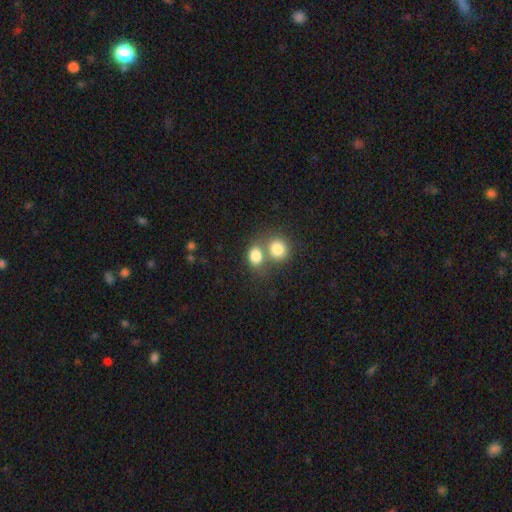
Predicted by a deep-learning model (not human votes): A smooth galaxy with no disk features (81%) that is round (52%).

Vote fractions:
- Smooth or featured? smooth: 81% / star or artifact: 9% / featured or disk: 9%
- How rounded? round: 52% / in between: 47% / cigar-shaped: 1%
- Merging? merger: 51% / none: 36% / minor disturbance: 8% / major disturbance: 4%